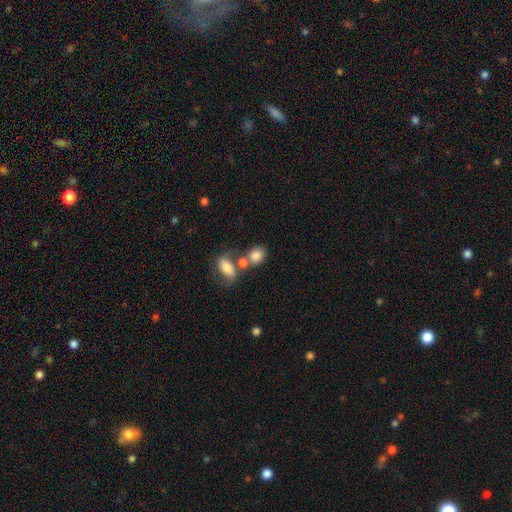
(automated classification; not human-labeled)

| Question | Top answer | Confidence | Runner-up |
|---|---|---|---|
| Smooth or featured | smooth | 81% | featured or disk (11%) |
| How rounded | in between | 51% | round (47%) |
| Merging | none | 42% | merger (40%) |